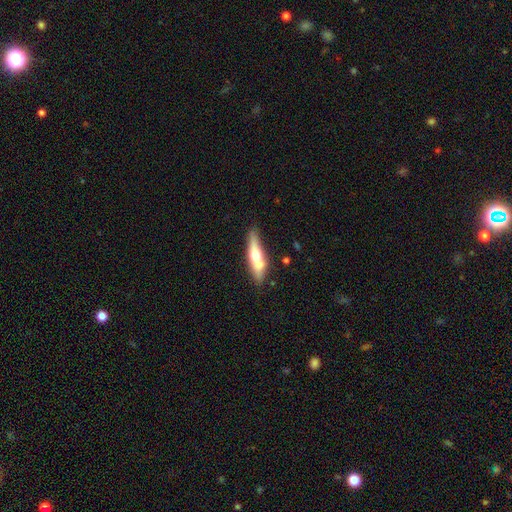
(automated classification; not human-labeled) smooth-or-featured: featured or disk: 50% | smooth: 44% | star or artifact: 6%
  merging: none: 58% | merger: 22% | minor disturbance: 15% | major disturbance: 5%